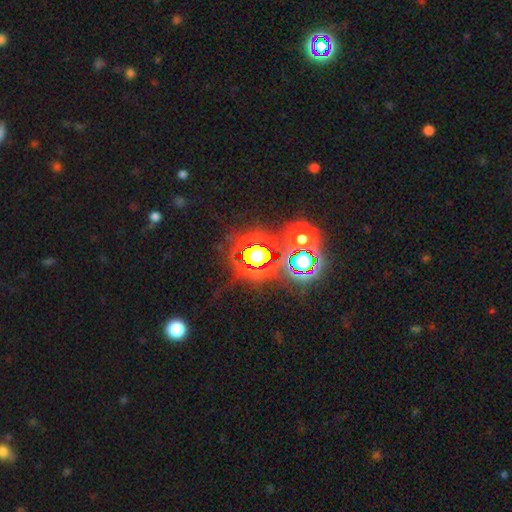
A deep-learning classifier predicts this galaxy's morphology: type=star or artifact (69%).